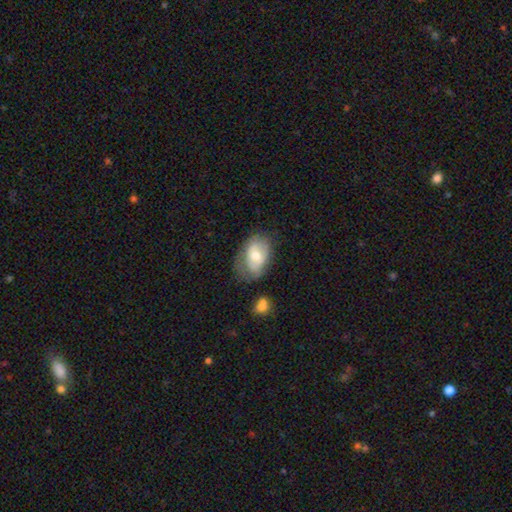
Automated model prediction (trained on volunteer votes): A smooth galaxy with no disk features (56%) that is in between round and cigar-shaped (87%). Merging: none (51%).